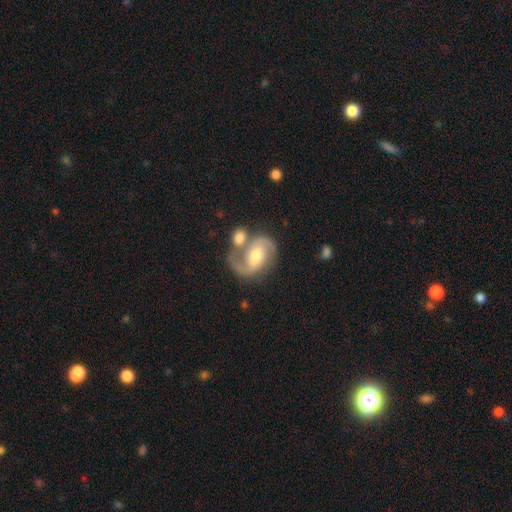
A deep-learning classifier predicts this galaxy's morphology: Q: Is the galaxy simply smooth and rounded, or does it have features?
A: featured or disk — 86%.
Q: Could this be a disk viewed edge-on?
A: no — 98%.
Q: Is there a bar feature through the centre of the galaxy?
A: weak — 42%.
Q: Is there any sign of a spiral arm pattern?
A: yes — 96%.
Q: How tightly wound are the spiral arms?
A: medium — 56%.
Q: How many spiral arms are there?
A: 2 — 90%.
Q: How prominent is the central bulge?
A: moderate — 68%.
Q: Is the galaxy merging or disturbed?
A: none — 48%.